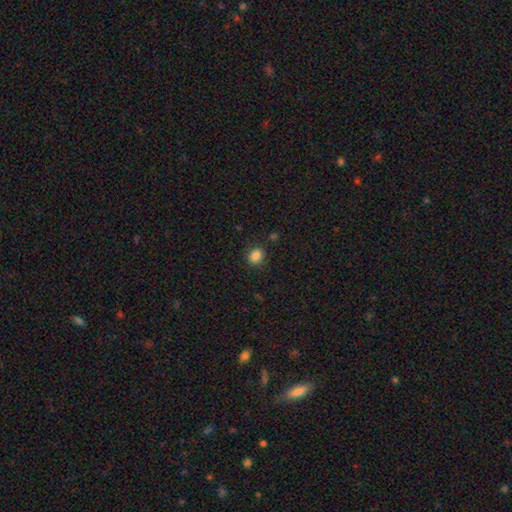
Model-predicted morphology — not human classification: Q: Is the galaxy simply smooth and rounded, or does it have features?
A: smooth — 85%.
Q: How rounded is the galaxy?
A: round — 62%.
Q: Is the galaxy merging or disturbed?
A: none — 86%.